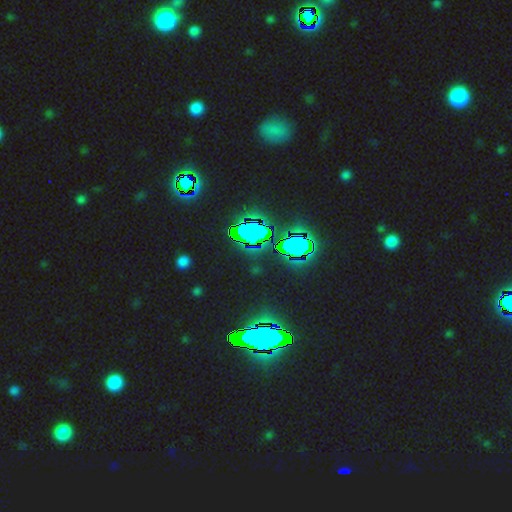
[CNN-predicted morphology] smooth-or-featured: star or artifact: 83% | smooth: 10% | featured or disk: 7%